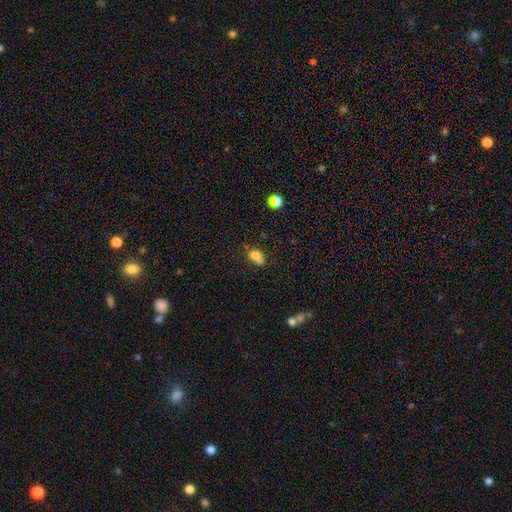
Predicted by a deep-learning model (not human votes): Smooth or featured?
  - smooth: 74% *
  - star or artifact: 13%
  - featured or disk: 12%
How rounded?
  - round: 56% *
  - in between: 43%
  - cigar-shaped: 1%
Merging?
  - none: 43% *
  - merger: 42%
  - minor disturbance: 11%
  - major disturbance: 4%